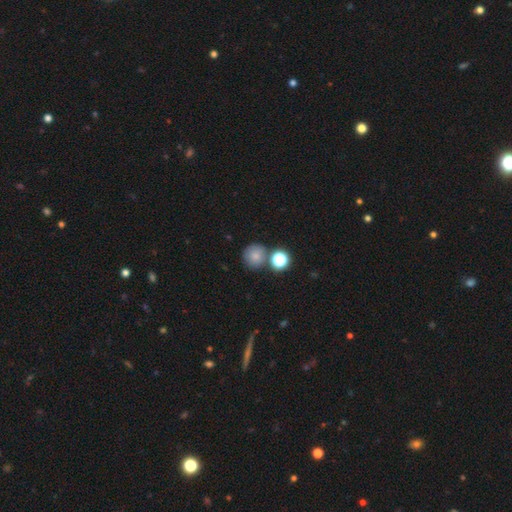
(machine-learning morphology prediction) The model was most divided on "merging": none: 65%, merger: 20%, minor disturbance: 11%, major disturbance: 4%. More confident: how rounded — round (89%); smooth or featured — smooth (78%).